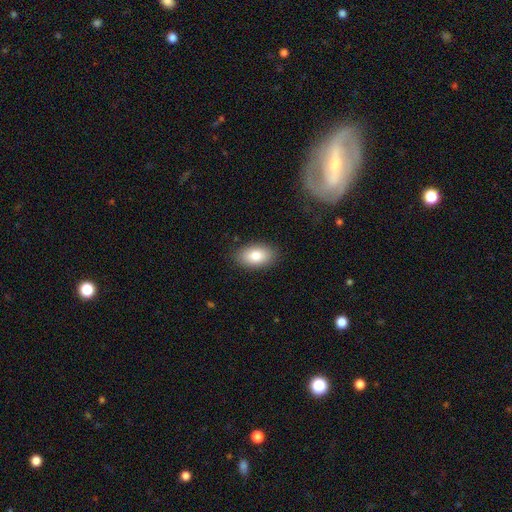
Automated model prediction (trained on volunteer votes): Smooth or featured: smooth — 83% (featured or disk — 10%)
How rounded: in between — 93% (round — 6%)
Merging: none — 87% (minor disturbance — 9%)